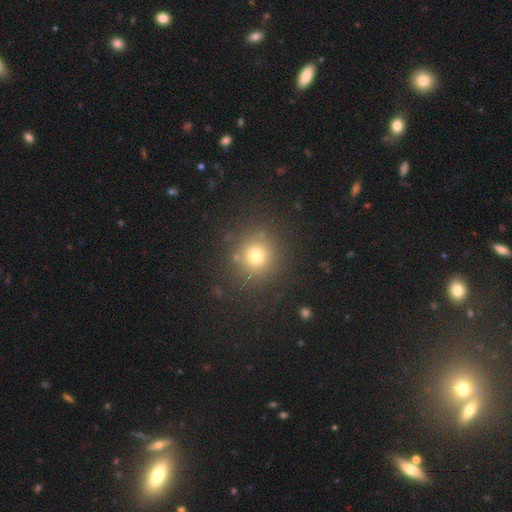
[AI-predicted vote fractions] This is likely a smooth galaxy (75%). How rounded: clearly round (90%). Merging: clearly none (87%).